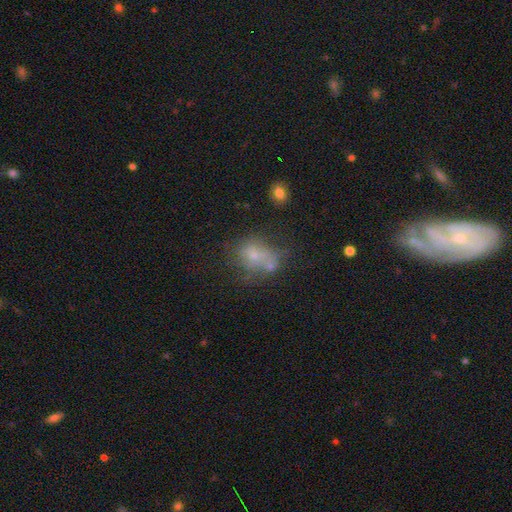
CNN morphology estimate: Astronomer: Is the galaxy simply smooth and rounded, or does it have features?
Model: smooth — 55%.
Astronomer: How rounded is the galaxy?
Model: in between — 62% (runner-up: round, 37%).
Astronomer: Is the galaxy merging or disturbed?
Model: none — 33% (runner-up: merger, 26%).